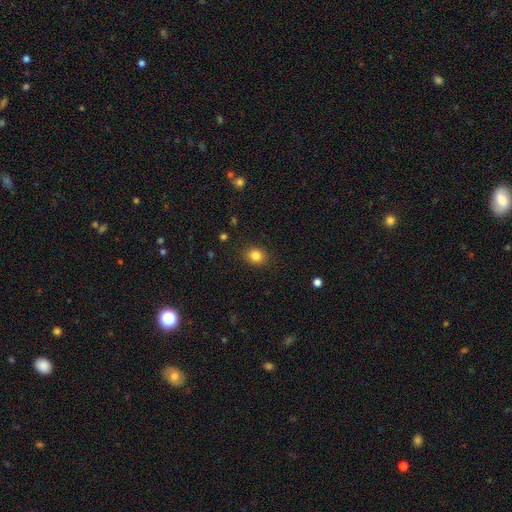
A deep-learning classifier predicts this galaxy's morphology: Smooth or featured?
  - smooth: 83% *
  - star or artifact: 11%
  - featured or disk: 6%
How rounded?
  - round: 61% *
  - in between: 38%
  - cigar-shaped: 1%
Merging?
  - none: 88% *
  - minor disturbance: 8%
  - major disturbance: 2%
  - merger: 1%